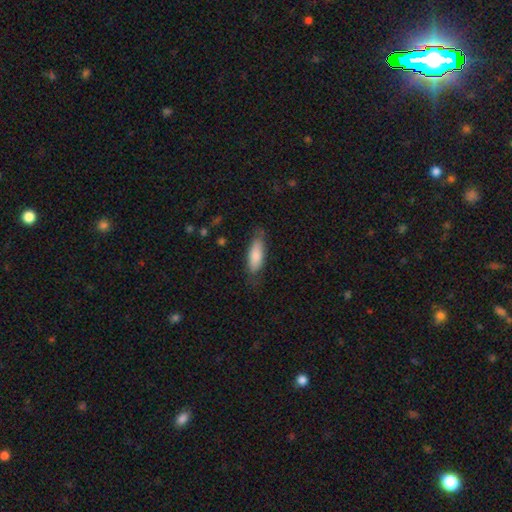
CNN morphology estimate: smooth-or-featured: smooth: 82% | featured or disk: 13% | star or artifact: 5%
  how-rounded: in between: 66% | cigar-shaped: 33% | round: 2%
  merging: none: 70% | minor disturbance: 23% | major disturbance: 6% | merger: 1%